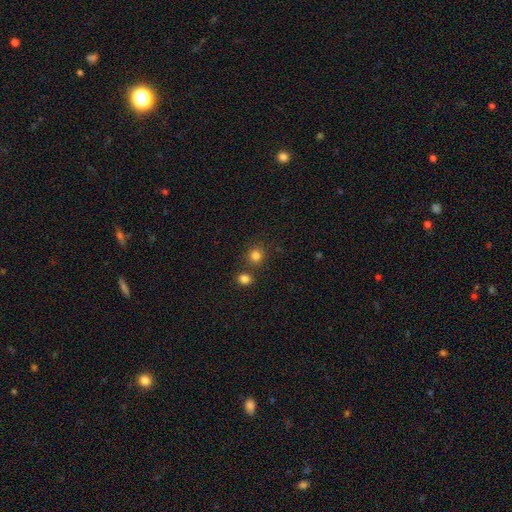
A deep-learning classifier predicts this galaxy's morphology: This is clearly a smooth galaxy (82%). How rounded: clearly round (89%). Merging: likely none (76%).